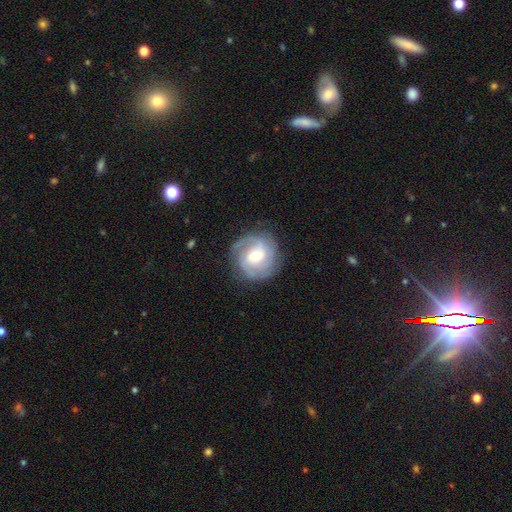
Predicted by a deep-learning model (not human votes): Smooth or featured?
  - featured or disk: 79% *
  - smooth: 16%
  - star or artifact: 6%
Edge-on disk?
  - no: 98% *
  - yes: 2%
Bar?
  - weak: 47% *
  - no: 41%
  - strong: 12%
Spiral arms?
  - yes: 95% *
  - no: 5%
Spiral winding?
  - tight: 52% *
  - medium: 37%
  - loose: 11%
Spiral arm count?
  - 2: 41% *
  - 3: 27%
  - can't tell: 18%
  - 1: 5%
  - 4: 5%
  - more than 4: 4%
Bulge size?
  - moderate: 63% *
  - small: 29%
  - large: 6%
  - none: 1%
  - dominant: 1%
Merging?
  - none: 81% *
  - minor disturbance: 13%
  - major disturbance: 5%
  - merger: 1%